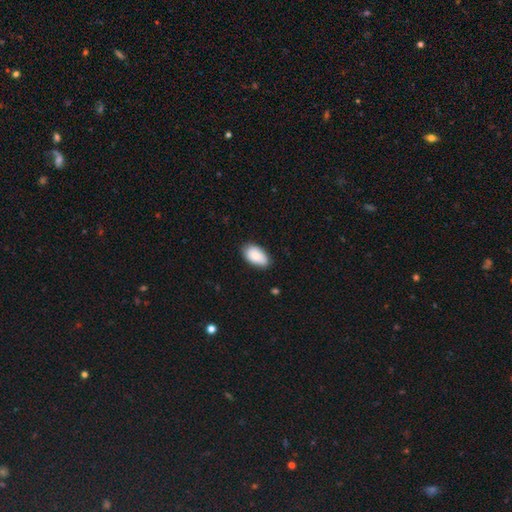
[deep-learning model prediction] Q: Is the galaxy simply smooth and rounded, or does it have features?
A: smooth — 84%.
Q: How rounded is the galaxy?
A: in between — 94%.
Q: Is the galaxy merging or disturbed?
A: none — 81%.